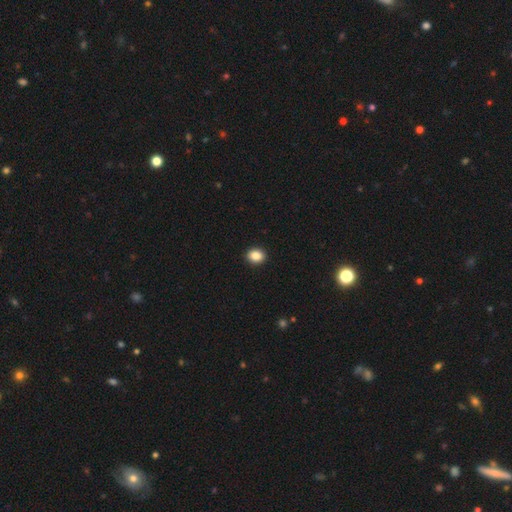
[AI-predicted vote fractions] Smooth or featured? smooth (87%)
How rounded? round (57%)
Merging? none (92%)